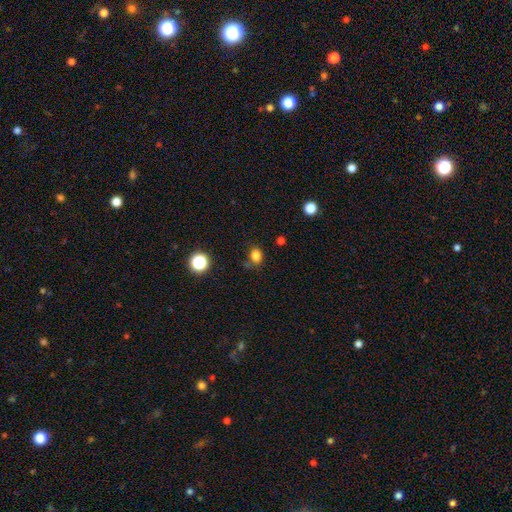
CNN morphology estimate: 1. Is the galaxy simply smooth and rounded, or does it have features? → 81% smooth, 14% star or artifact, 5% featured or disk.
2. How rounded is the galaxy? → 58% round, 41% in between, 1% cigar-shaped.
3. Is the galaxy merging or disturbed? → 71% none, 17% minor disturbance, 7% merger, 5% major disturbance.